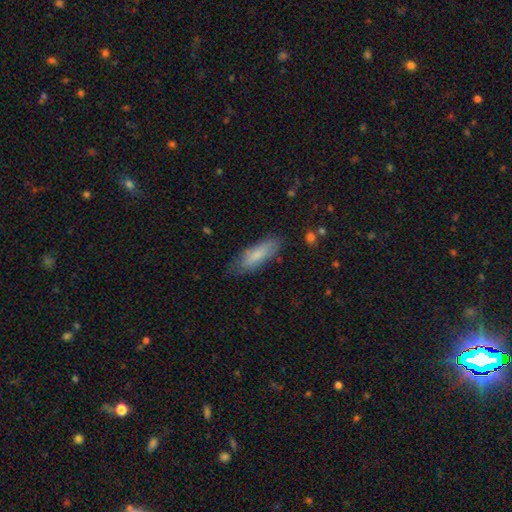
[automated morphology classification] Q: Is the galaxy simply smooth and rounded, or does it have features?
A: smooth — 78%.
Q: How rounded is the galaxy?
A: cigar-shaped — 50%.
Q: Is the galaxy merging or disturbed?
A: none — 79%.